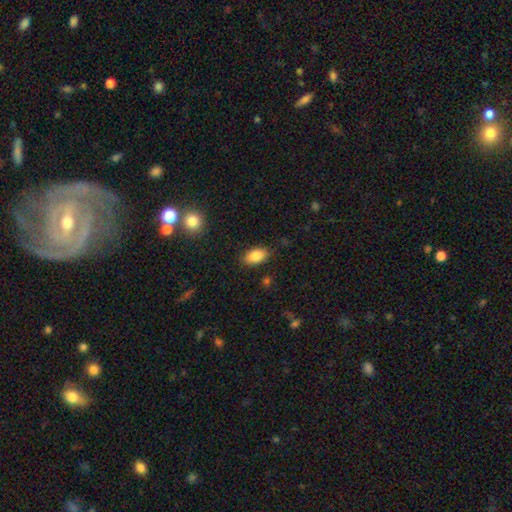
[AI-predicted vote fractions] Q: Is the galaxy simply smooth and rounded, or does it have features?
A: smooth — 86%.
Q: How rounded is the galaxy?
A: in between — 91%.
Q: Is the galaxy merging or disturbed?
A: none — 84%.